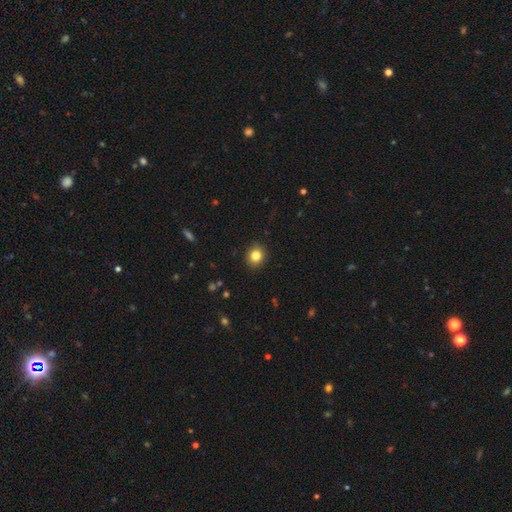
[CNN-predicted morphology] This is clearly a smooth galaxy (83%). How rounded: likely round (78%). Merging: clearly none (91%).